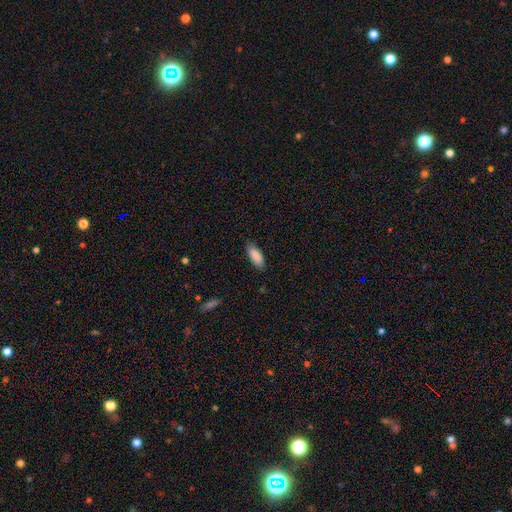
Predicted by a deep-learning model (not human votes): This is clearly a smooth galaxy (88%). How rounded: likely in between (79%). Merging: clearly none (82%).